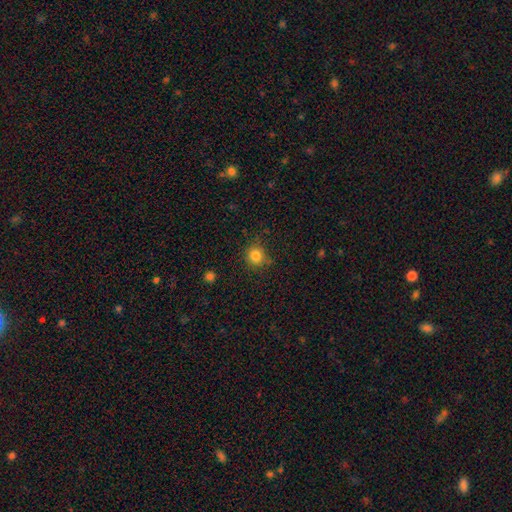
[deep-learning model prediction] Overall: smooth (83%). How rounded: round (91%). Merging: none (83%).